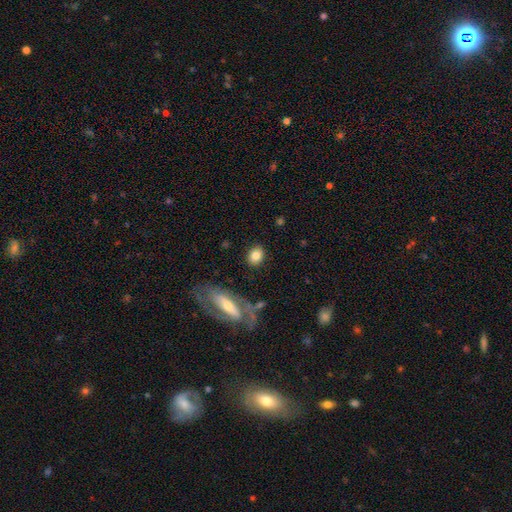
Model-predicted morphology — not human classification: Smooth or featured?
  - smooth: 81% *
  - featured or disk: 11%
  - star or artifact: 8%
How rounded?
  - round: 53% *
  - in between: 45%
  - cigar-shaped: 2%
Merging?
  - none: 86% *
  - minor disturbance: 8%
  - major disturbance: 3%
  - merger: 3%